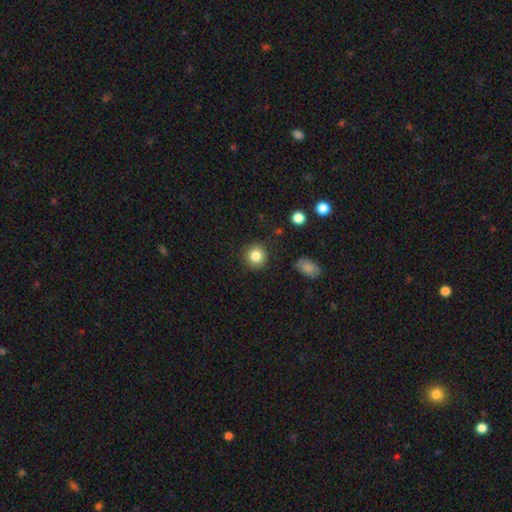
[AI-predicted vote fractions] A smooth galaxy with no disk features (84%) that is round (91%). Merging: none (88%).